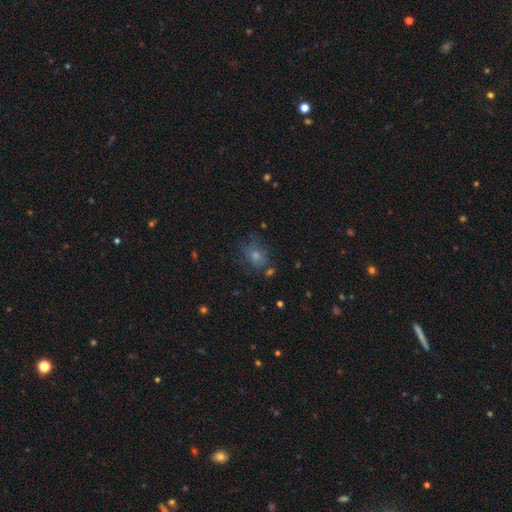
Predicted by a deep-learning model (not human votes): Q: Smooth or featured?
A: smooth (49%); runner-up: star or artifact (30%)
Q: Merging?
A: none (73%); runner-up: minor disturbance (16%)